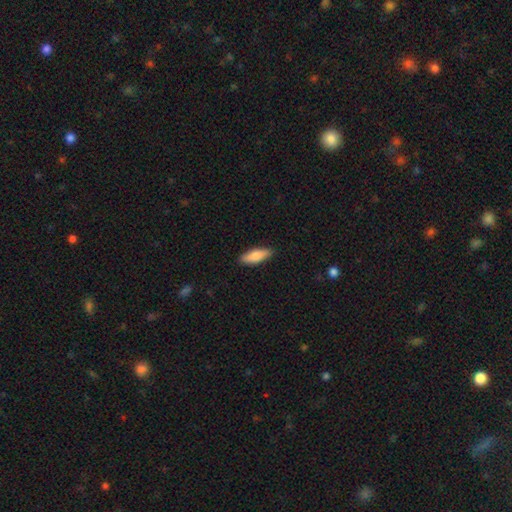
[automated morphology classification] Smooth or featured? smooth (79%)
How rounded? in between (58%)
Merging? none (87%)